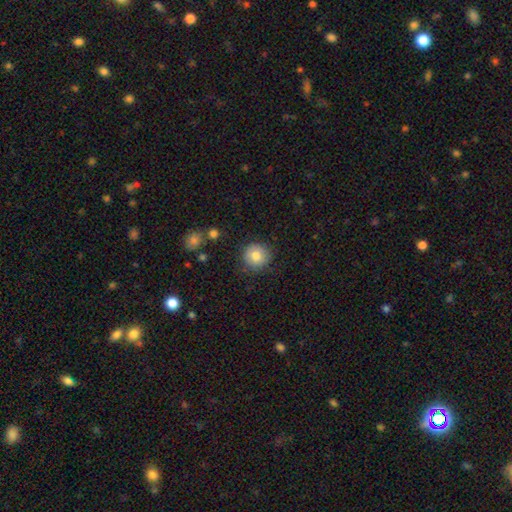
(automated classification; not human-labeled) This appears to be a smooth galaxy with no disk features (79%) that is round (93%). Merging: none (84%).